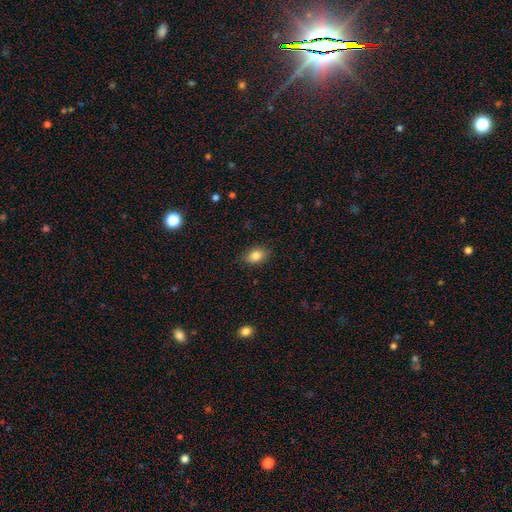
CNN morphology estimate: Q: Smooth or featured?
A: smooth (84%); runner-up: star or artifact (8%)
Q: How rounded?
A: in between (82%); runner-up: round (16%)
Q: Merging?
A: none (85%); runner-up: minor disturbance (12%)